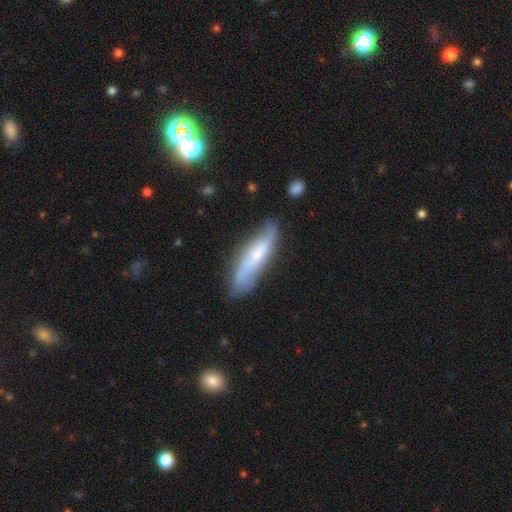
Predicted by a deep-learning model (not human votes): This is possibly a smooth galaxy (47%). Merging: likely none (69%).